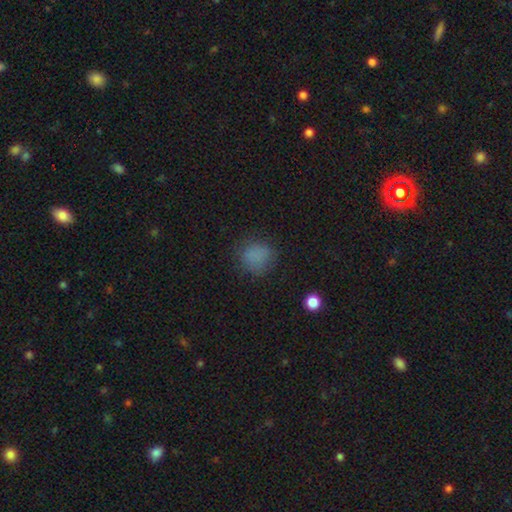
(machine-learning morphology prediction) Smooth or featured? smooth (80%)
How rounded? round (86%)
Merging? none (78%)